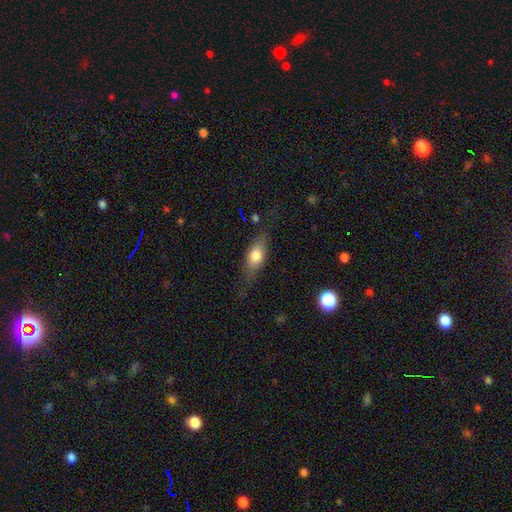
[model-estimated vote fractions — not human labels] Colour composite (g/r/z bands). It shows a smooth galaxy with no disk features (68%) that is in between round and cigar-shaped (71%). Merging: none (70%).